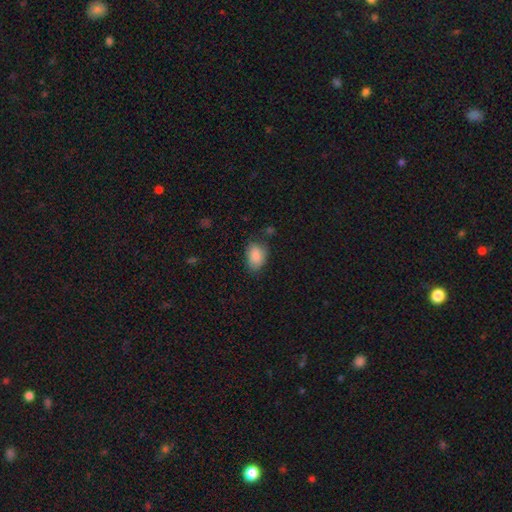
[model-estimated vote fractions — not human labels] Morphology: type=smooth (87%); roundness=in between (84%); merging=none (71%).